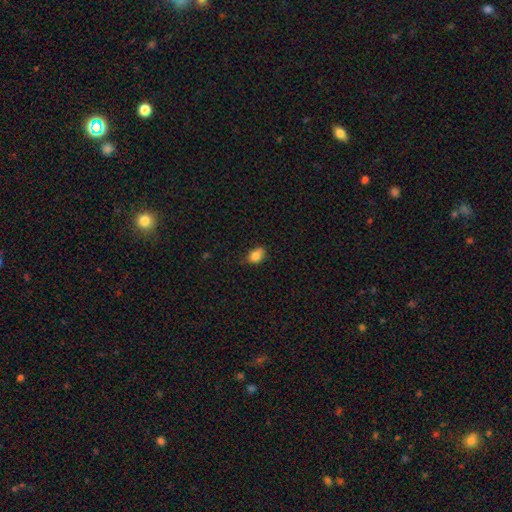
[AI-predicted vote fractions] The model was most divided on "merging": none: 68%, minor disturbance: 26%, major disturbance: 4%, merger: 2%. More confident: smooth or featured — smooth (85%); how rounded — in between (77%).